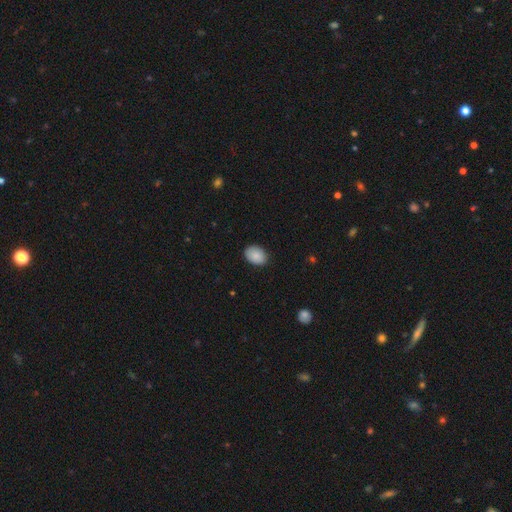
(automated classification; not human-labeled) Smooth or featured? Predicted: smooth (p=0.88). How rounded? Predicted: in between (p=0.74). Merging? Predicted: none (p=0.85).